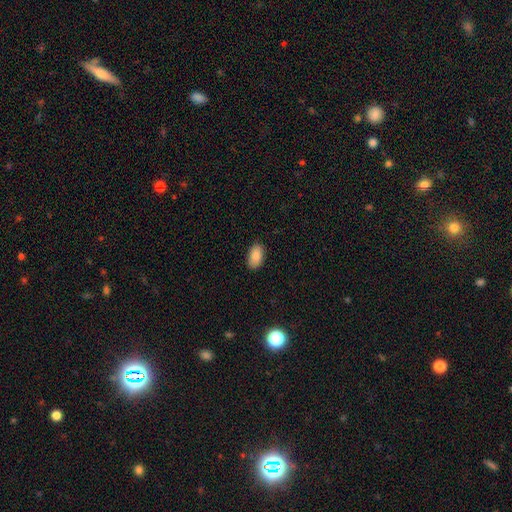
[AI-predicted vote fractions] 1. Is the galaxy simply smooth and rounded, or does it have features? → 88% smooth, 7% star or artifact, 5% featured or disk.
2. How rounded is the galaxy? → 94% in between, 4% round, 2% cigar-shaped.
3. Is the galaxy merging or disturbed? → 87% none, 10% minor disturbance, 2% major disturbance, 1% merger.